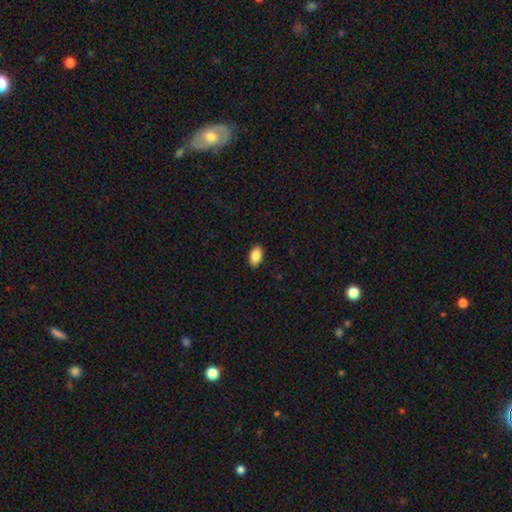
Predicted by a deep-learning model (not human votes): The model was most divided on "smooth or featured": smooth: 88%, star or artifact: 7%, featured or disk: 5%. More confident: how rounded — in between (92%); merging — none (90%).